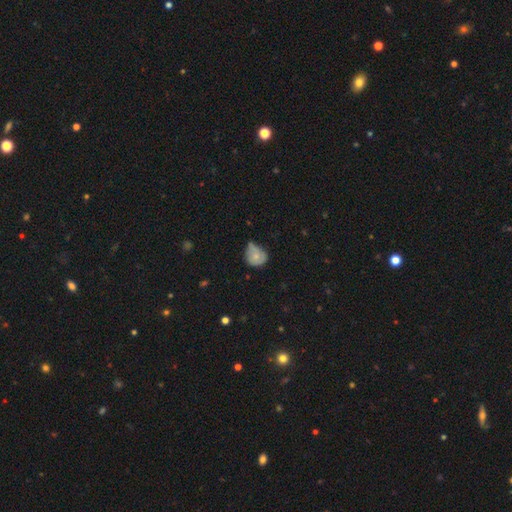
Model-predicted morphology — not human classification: smooth_or_featured: smooth (p=0.71) [alt: featured or disk p=0.21]
how_rounded: round (p=0.67) [alt: in between p=0.32]
merging: minor disturbance (p=0.46) [alt: none p=0.34]